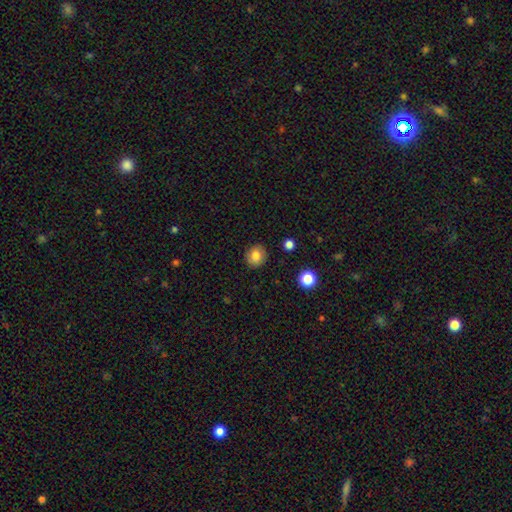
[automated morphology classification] Smooth or featured? smooth (82%)
How rounded? round (82%)
Merging? none (88%)